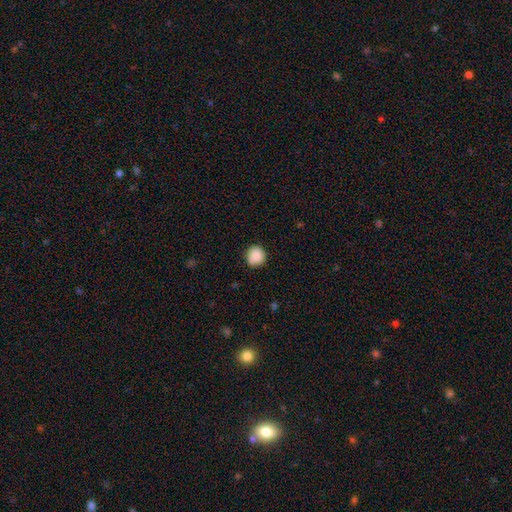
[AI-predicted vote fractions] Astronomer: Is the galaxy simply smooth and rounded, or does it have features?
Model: smooth — 88%.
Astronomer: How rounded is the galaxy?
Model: round — 86%.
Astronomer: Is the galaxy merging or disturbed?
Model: none — 80%.